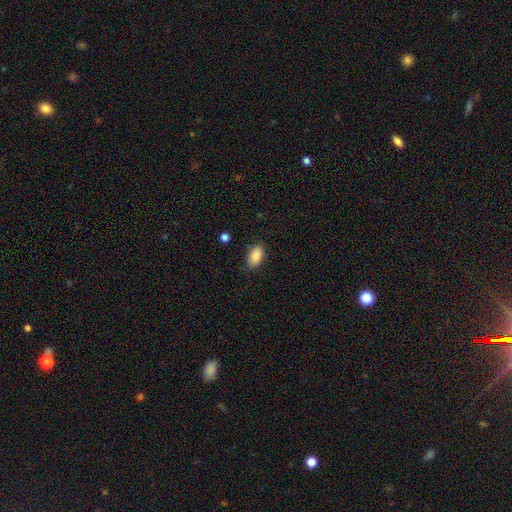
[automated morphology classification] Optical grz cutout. It shows a smooth galaxy with no disk features (89%) that is in between round and cigar-shaped (93%). Merging: none (81%).